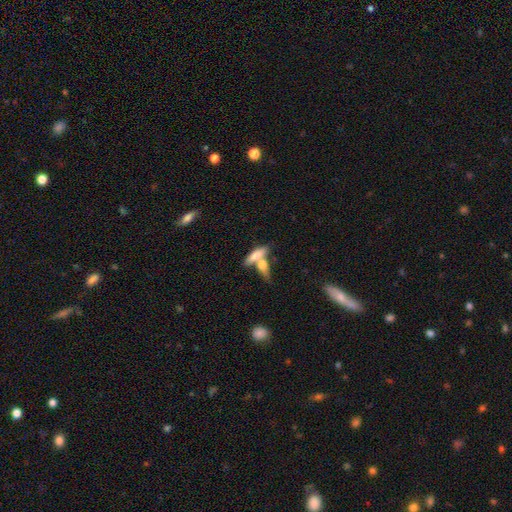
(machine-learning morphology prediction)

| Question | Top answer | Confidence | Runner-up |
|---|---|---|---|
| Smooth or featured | smooth | 68% | featured or disk (25%) |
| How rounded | in between | 52% | cigar-shaped (44%) |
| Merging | merger | 52% | none (35%) |